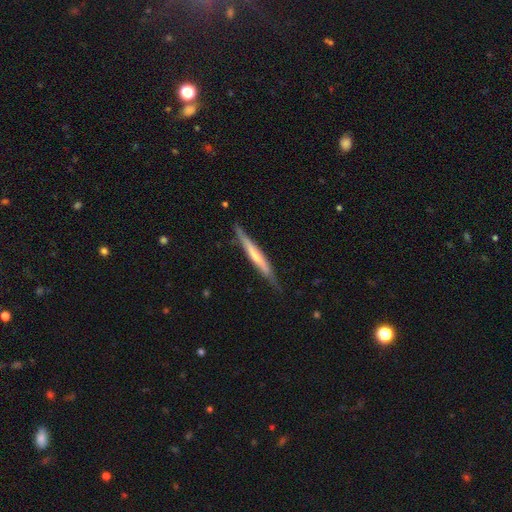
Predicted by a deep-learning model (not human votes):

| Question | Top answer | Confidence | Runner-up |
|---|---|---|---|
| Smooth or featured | featured or disk | 51% | smooth (44%) |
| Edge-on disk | yes | 94% | no (6%) |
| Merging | none | 78% | minor disturbance (17%) |